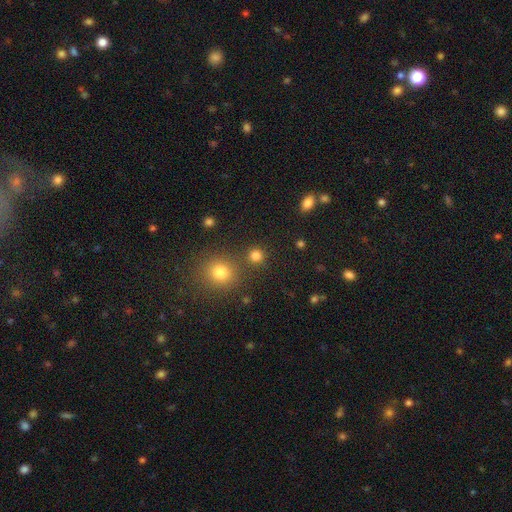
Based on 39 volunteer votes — smooth-or-featured: smooth: 85% | star or artifact: 10% | featured or disk: 5%
  how-rounded: round: 91% | in between: 9% | cigar-shaped: 0%
  merging: none: 89% | minor disturbance: 6% | major disturbance: 3% | merger: 3%